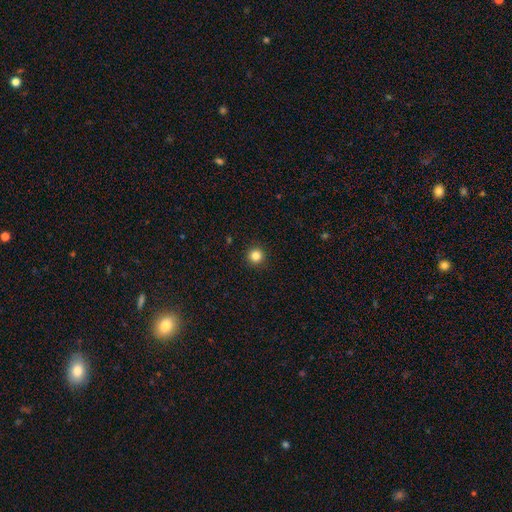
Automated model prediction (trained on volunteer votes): Q: Smooth or featured?
A: smooth (84%); runner-up: star or artifact (12%)
Q: How rounded?
A: round (96%); runner-up: in between (3%)
Q: Merging?
A: none (93%); runner-up: minor disturbance (4%)